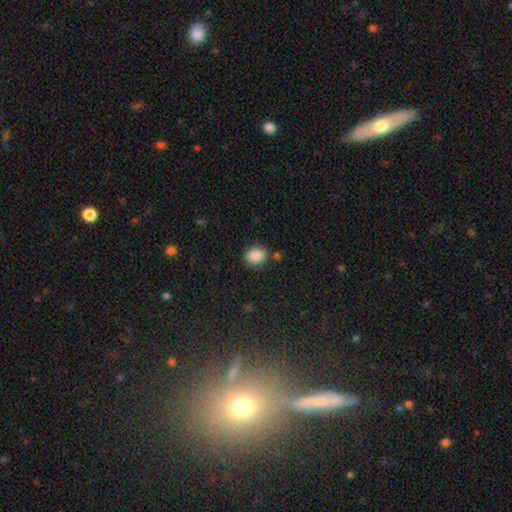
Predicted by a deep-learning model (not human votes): Q: Smooth or featured?
A: smooth (87%); runner-up: star or artifact (9%)
Q: How rounded?
A: round (55%); runner-up: in between (44%)
Q: Merging?
A: none (82%); runner-up: minor disturbance (10%)